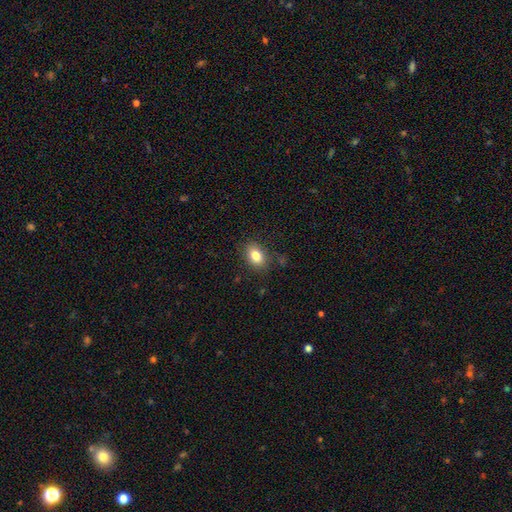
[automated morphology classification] type=smooth (83%); roundness=in between (79%); merging=none (83%).